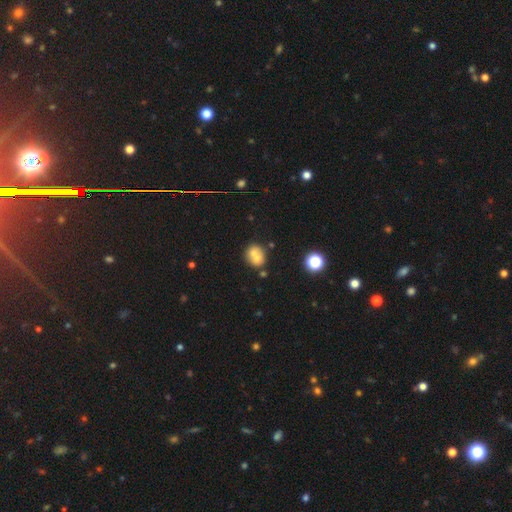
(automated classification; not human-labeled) The model was most divided on "merging": none: 46%, merger: 39%, minor disturbance: 11%, major disturbance: 4%. More confident: smooth or featured — smooth (67%); how rounded — round (62%).